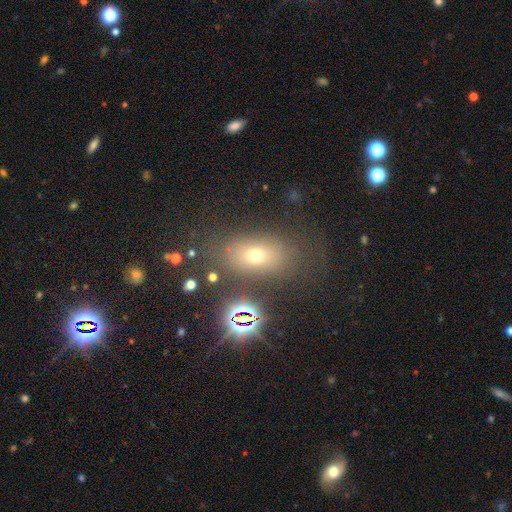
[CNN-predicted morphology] Smooth or featured?
  - smooth: 58% *
  - star or artifact: 24%
  - featured or disk: 18%
How rounded?
  - in between: 77% *
  - round: 18%
  - cigar-shaped: 6%
Merging?
  - none: 75% *
  - minor disturbance: 13%
  - major disturbance: 7%
  - merger: 5%